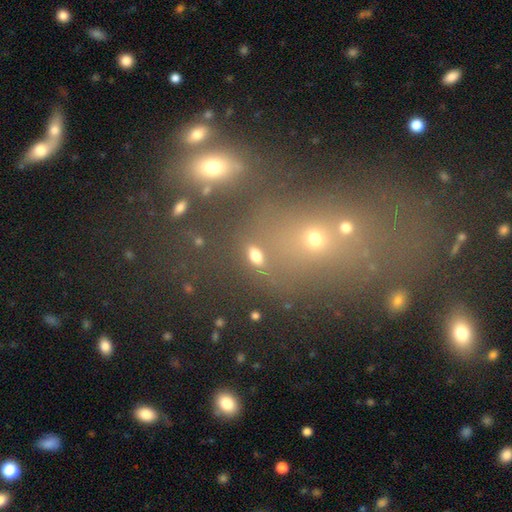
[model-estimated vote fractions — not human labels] smooth_or_featured: smooth (p=0.69) [alt: star or artifact p=0.20]
how_rounded: in between (p=0.74) [alt: round p=0.18]
merging: none (p=0.75) [alt: minor disturbance p=0.11]